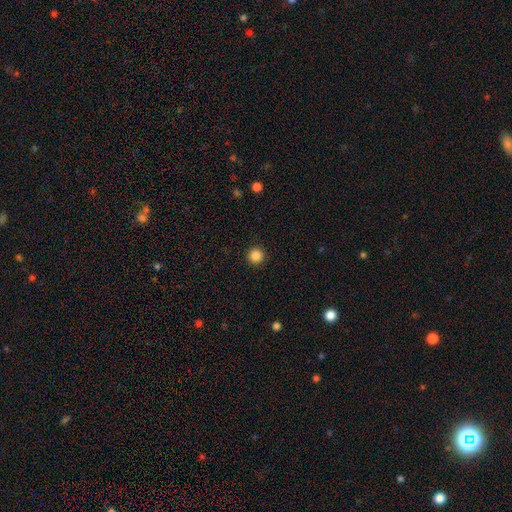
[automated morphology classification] Smooth or featured? smooth (86%)
How rounded? round (96%)
Merging? none (93%)